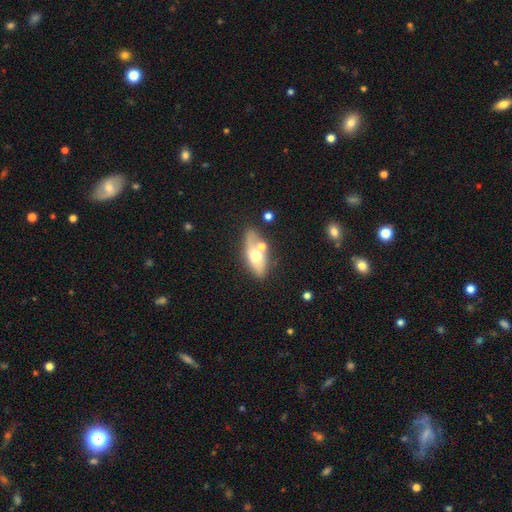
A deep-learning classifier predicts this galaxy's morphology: Q: Smooth or featured?
A: smooth (53%); runner-up: featured or disk (39%)
Q: How rounded?
A: in between (75%); runner-up: cigar-shaped (19%)
Q: Merging?
A: none (58%); runner-up: merger (21%)